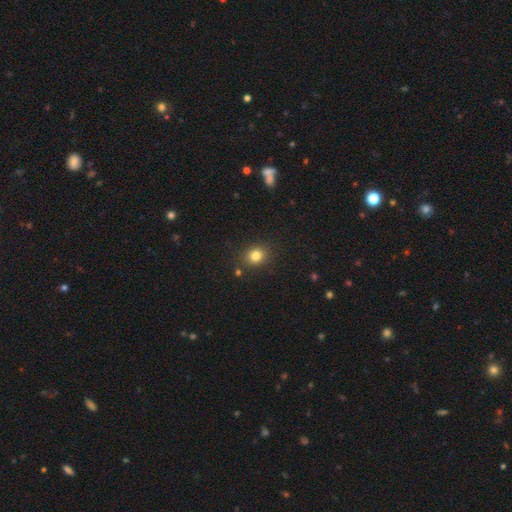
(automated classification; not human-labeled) Q: Smooth or featured?
A: smooth (81%); runner-up: star or artifact (13%)
Q: How rounded?
A: round (69%); runner-up: in between (30%)
Q: Merging?
A: none (85%); runner-up: minor disturbance (9%)